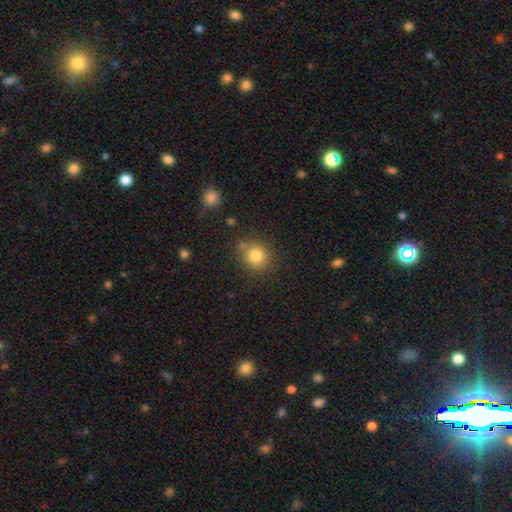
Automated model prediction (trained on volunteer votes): smooth_or_featured: smooth (p=0.81) [alt: star or artifact p=0.12]
how_rounded: round (p=0.85) [alt: in between p=0.14]
merging: none (p=0.77) [alt: minor disturbance p=0.12]